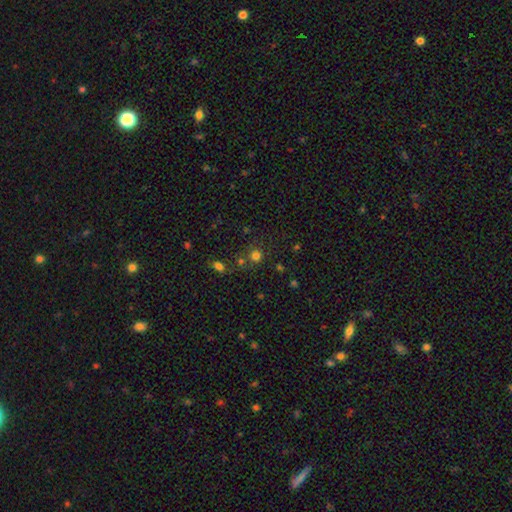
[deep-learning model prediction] Morphology: type=smooth (72%); roundness=round (91%); merging=none (72%).